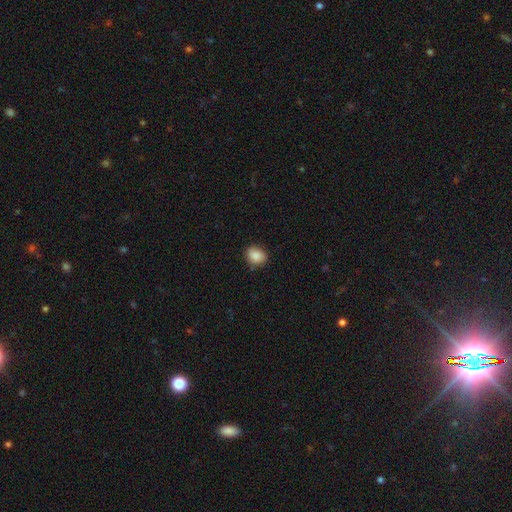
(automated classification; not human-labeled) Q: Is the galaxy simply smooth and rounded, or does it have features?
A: smooth — 88%.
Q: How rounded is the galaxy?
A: in between — 50%.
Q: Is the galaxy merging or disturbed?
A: none — 81%.